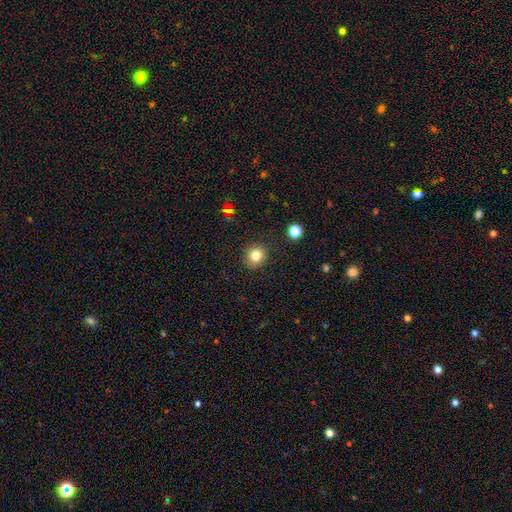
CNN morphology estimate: This is clearly a smooth galaxy (81%). How rounded: clearly round (82%). Merging: clearly none (88%).